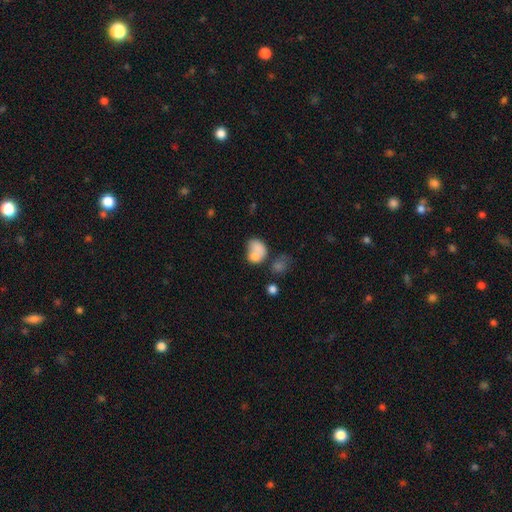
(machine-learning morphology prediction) smooth_or_featured: smooth (p=0.74) [alt: featured or disk p=0.16]
how_rounded: in between (p=0.58) [alt: round p=0.40]
merging: merger (p=0.52) [alt: none p=0.24]